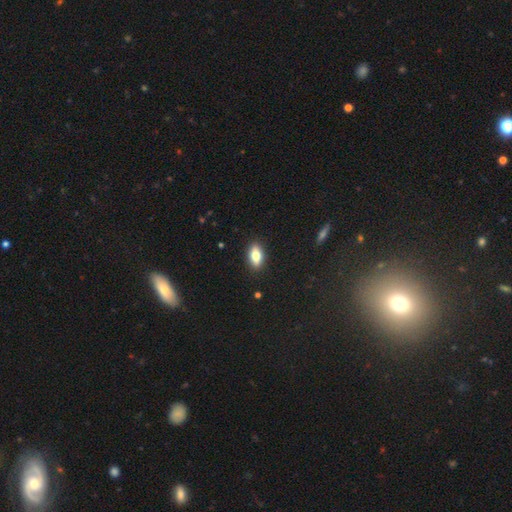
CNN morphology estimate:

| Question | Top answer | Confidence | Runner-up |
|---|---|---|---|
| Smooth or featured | smooth | 73% | featured or disk (19%) |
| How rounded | in between | 81% | cigar-shaped (13%) |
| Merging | none | 88% | minor disturbance (8%) |